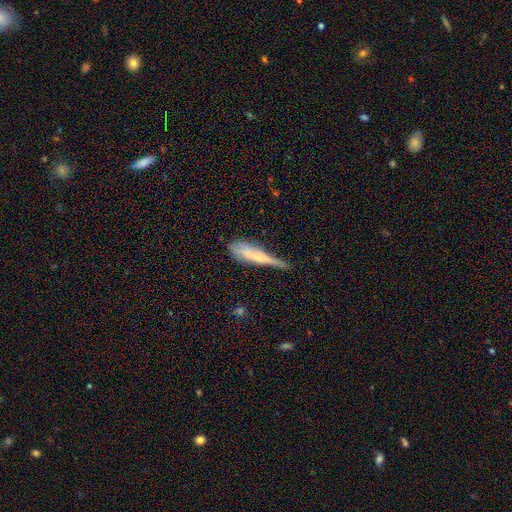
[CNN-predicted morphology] Smooth or featured?
  - smooth: 54% *
  - featured or disk: 37%
  - star or artifact: 8%
How rounded?
  - cigar-shaped: 81% *
  - in between: 16%
  - round: 2%
Merging?
  - minor disturbance: 38% *
  - none: 32%
  - major disturbance: 24%
  - merger: 6%